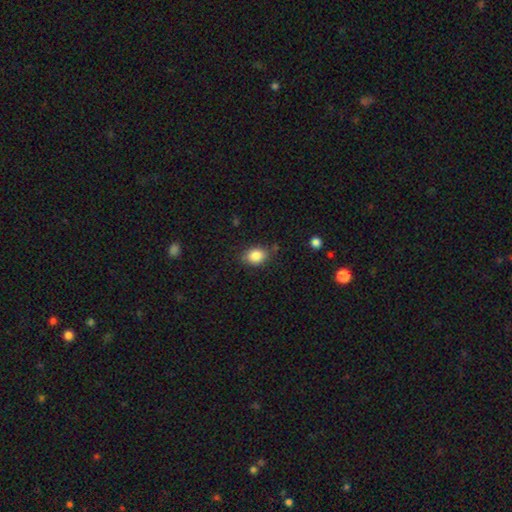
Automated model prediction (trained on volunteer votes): smooth 86%, star or artifact 9%, featured or disk 6%. Down the decision tree: how rounded — in between (61%); merging — none (78%).